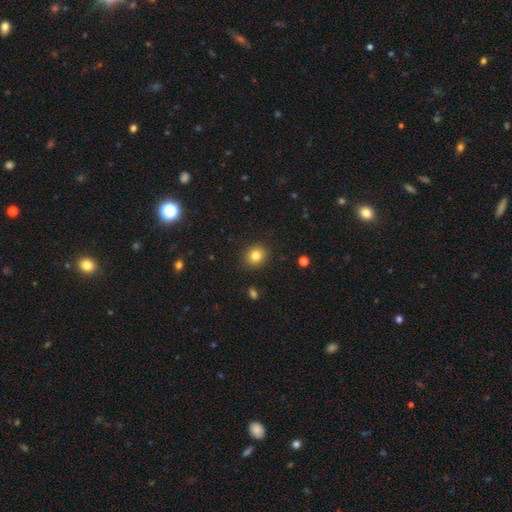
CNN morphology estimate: Smooth or featured?
  - smooth: 82% *
  - star or artifact: 11%
  - featured or disk: 7%
How rounded?
  - round: 75% *
  - in between: 24%
  - cigar-shaped: 1%
Merging?
  - none: 89% *
  - minor disturbance: 7%
  - major disturbance: 2%
  - merger: 1%